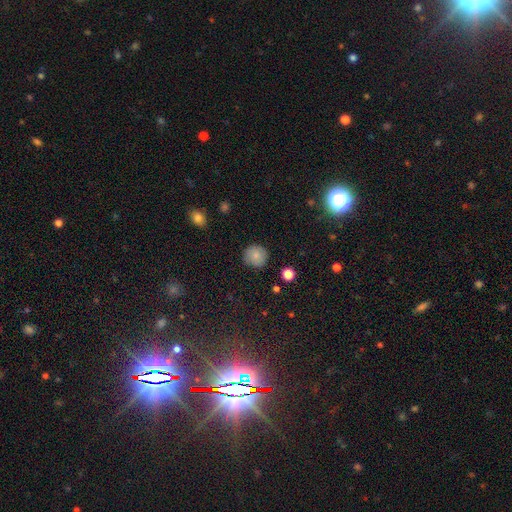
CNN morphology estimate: Smooth or featured?
  - smooth: 82% *
  - star or artifact: 9%
  - featured or disk: 8%
How rounded?
  - round: 93% *
  - in between: 6%
  - cigar-shaped: 1%
Merging?
  - none: 87% *
  - minor disturbance: 10%
  - major disturbance: 2%
  - merger: 1%